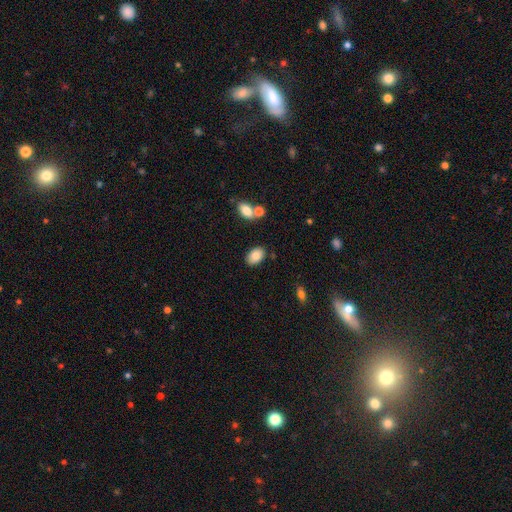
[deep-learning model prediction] Smooth or featured: smooth — 84% (featured or disk — 9%)
How rounded: in between — 89% (round — 9%)
Merging: none — 81% (minor disturbance — 12%)